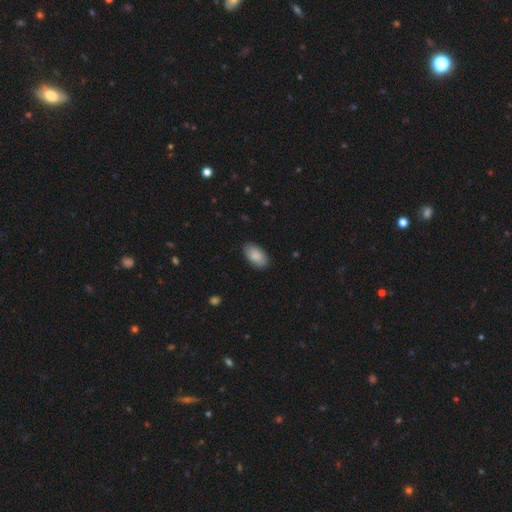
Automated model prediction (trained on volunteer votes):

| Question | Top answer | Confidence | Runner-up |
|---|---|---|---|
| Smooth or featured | smooth | 88% | featured or disk (6%) |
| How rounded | in between | 95% | round (3%) |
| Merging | none | 86% | minor disturbance (10%) |